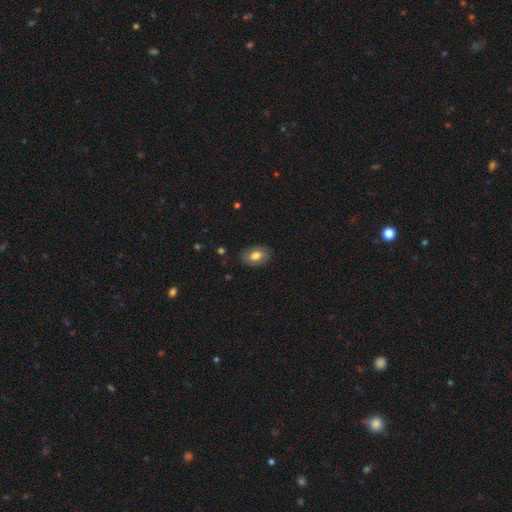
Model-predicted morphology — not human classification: Smooth or featured? smooth (73%)
How rounded? in between (83%)
Merging? none (84%)